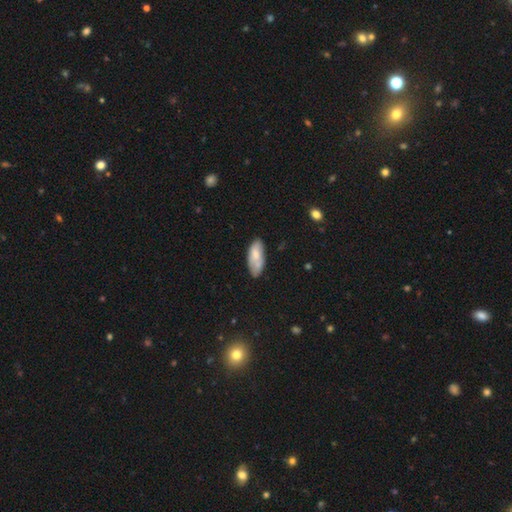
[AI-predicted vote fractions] smooth-or-featured: smooth: 75% | featured or disk: 19% | star or artifact: 6%
  how-rounded: in between: 86% | cigar-shaped: 13% | round: 2%
  merging: none: 66% | minor disturbance: 24% | major disturbance: 5% | merger: 5%